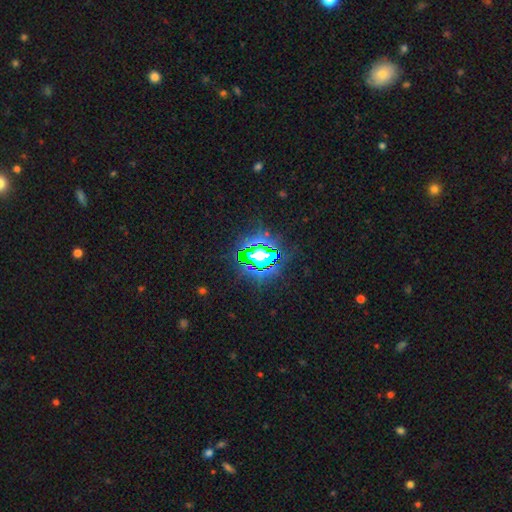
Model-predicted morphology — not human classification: type=star or artifact (72%).